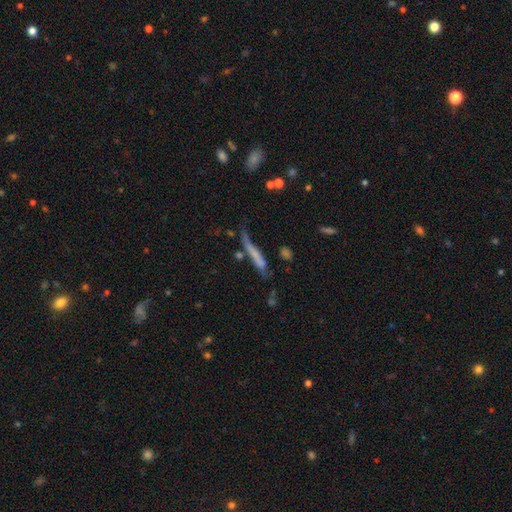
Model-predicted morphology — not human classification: Q: Smooth or featured?
A: smooth (56%); runner-up: featured or disk (35%)
Q: How rounded?
A: cigar-shaped (92%); runner-up: in between (6%)
Q: Merging?
A: none (51%); runner-up: minor disturbance (25%)